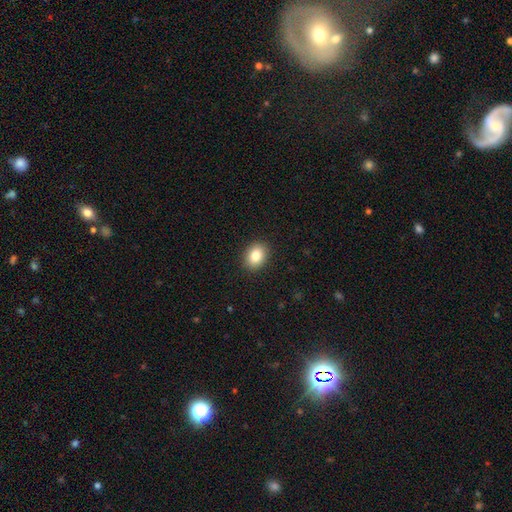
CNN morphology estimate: smooth-or-featured: smooth: 84% | star or artifact: 9% | featured or disk: 7%
  how-rounded: in between: 58% | round: 41% | cigar-shaped: 1%
  merging: none: 90% | minor disturbance: 7% | major disturbance: 2% | merger: 1%